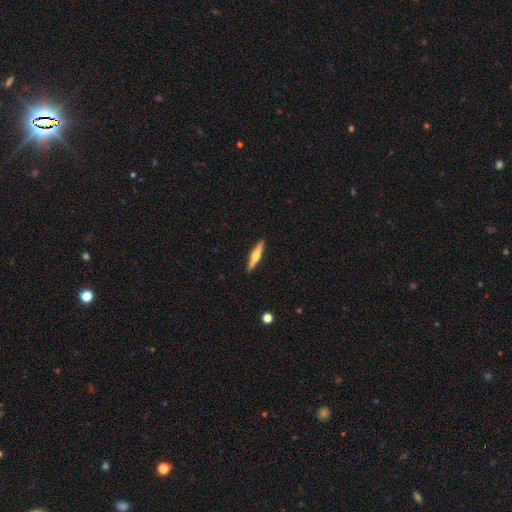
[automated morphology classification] Smooth or featured? featured or disk (50%)
Edge-on disk? yes (95%)
Merging? none (90%)